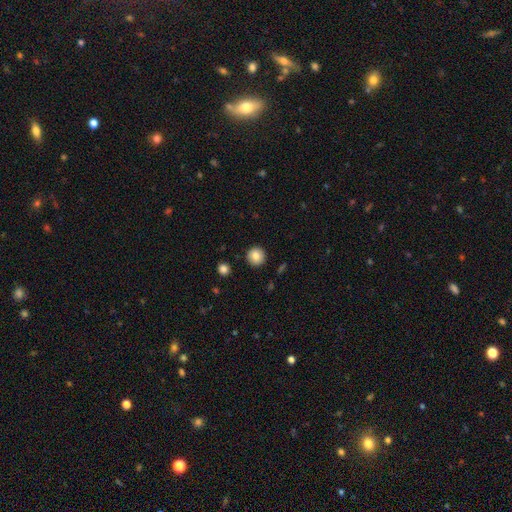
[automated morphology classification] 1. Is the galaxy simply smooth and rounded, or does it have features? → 83% smooth, 9% star or artifact, 8% featured or disk.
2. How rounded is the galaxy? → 95% round, 4% in between, 1% cigar-shaped.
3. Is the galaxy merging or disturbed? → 92% none, 5% minor disturbance, 2% major disturbance, 1% merger.